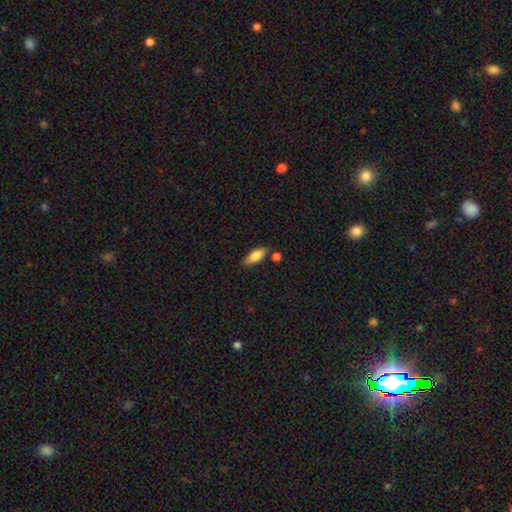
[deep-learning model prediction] The model was most divided on "how rounded": in between: 77%, cigar-shaped: 20%, round: 3%. More confident: smooth or featured — smooth (82%); merging — none (73%).